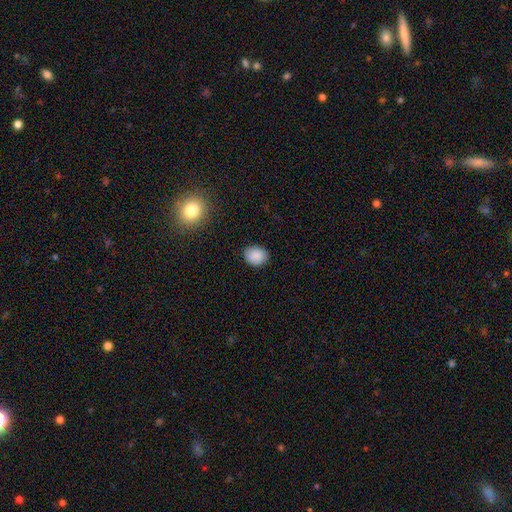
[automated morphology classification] type=smooth (88%); roundness=round (54%); merging=none (87%).